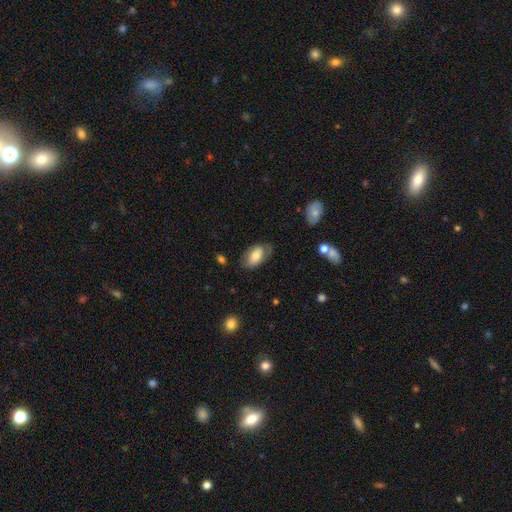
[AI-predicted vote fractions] Smooth or featured? smooth (65%)
How rounded? in between (93%)
Merging? none (62%)